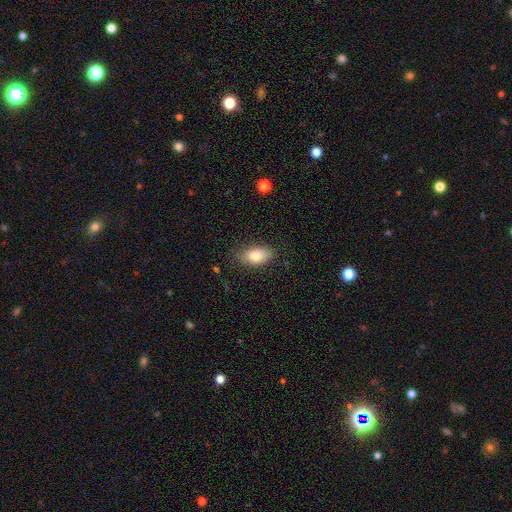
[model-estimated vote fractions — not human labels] Smooth or featured? smooth (83%)
How rounded? in between (91%)
Merging? none (78%)